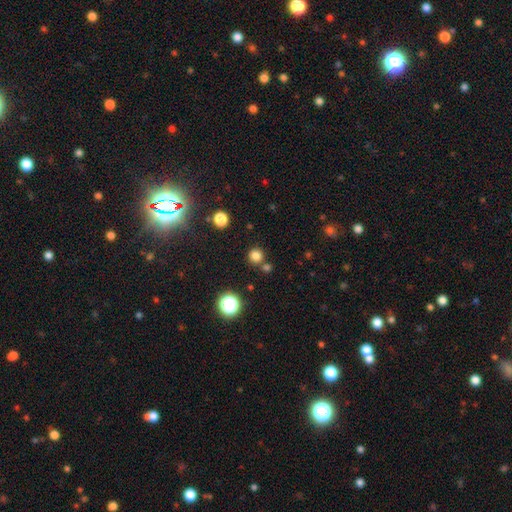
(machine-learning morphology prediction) A smooth galaxy with no disk features (78%) that is round (94%).

Vote fractions:
- Smooth or featured? smooth: 78% / star or artifact: 17% / featured or disk: 5%
- How rounded? round: 94% / in between: 5% / cigar-shaped: 1%
- Merging? none: 79% / merger: 12% / minor disturbance: 7% / major disturbance: 3%